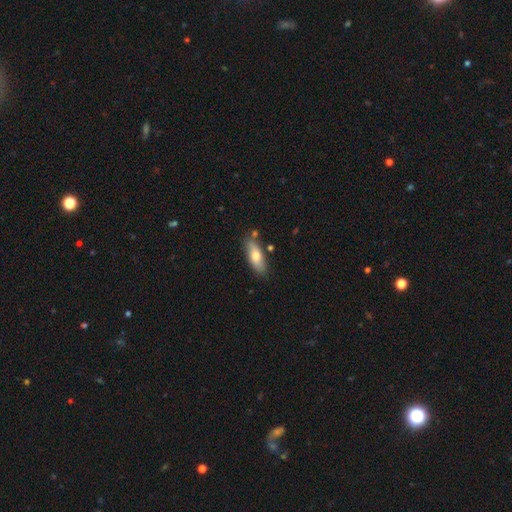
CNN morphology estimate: Smooth or featured?
  - smooth: 72% *
  - featured or disk: 22%
  - star or artifact: 6%
How rounded?
  - in between: 64% *
  - cigar-shaped: 33%
  - round: 3%
Merging?
  - none: 79% *
  - minor disturbance: 14%
  - merger: 5%
  - major disturbance: 3%